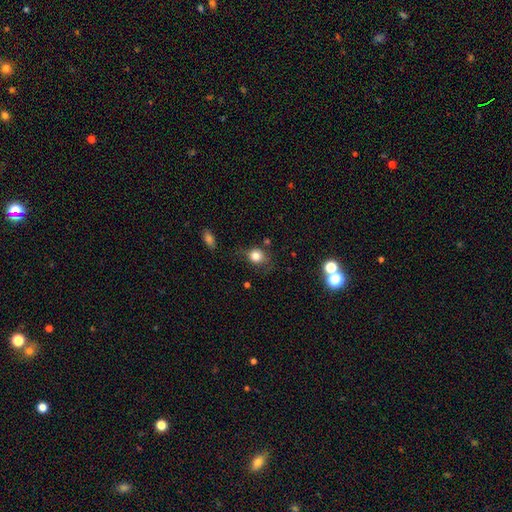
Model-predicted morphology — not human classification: Smooth or featured: smooth — 80% (star or artifact — 11%)
How rounded: round — 70% (in between — 29%)
Merging: none — 60% (minor disturbance — 25%)